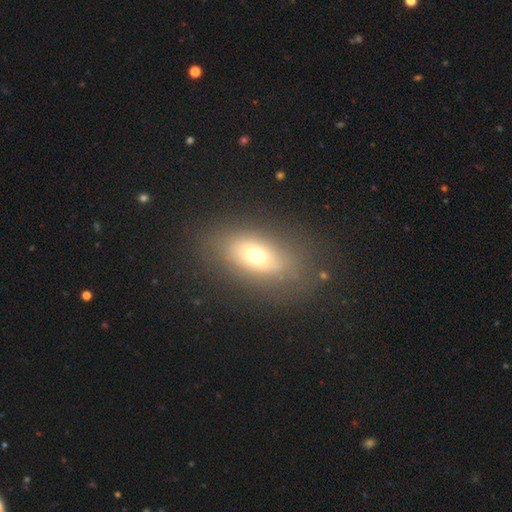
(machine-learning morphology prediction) smooth 62%, featured or disk 25%, star or artifact 13%. Down the decision tree: how rounded — in between (79%); merging — none (76%).